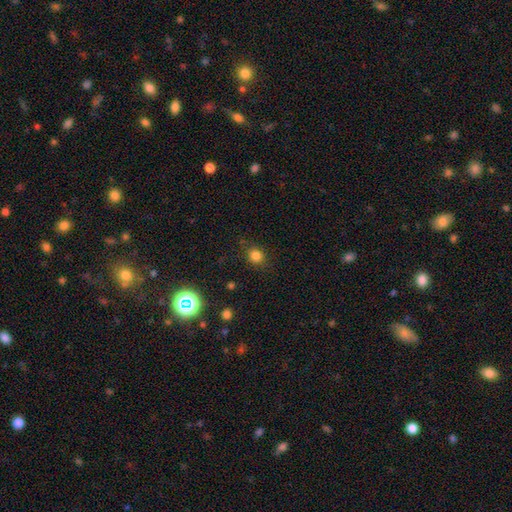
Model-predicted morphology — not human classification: type=smooth (81%); roundness=round (79%); merging=none (84%).